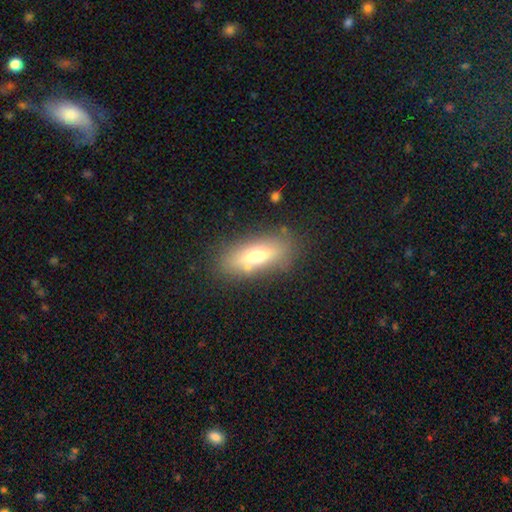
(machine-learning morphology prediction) This appears to be a smooth galaxy with no disk features (62%) that is in between round and cigar-shaped (73%). Merging: none (76%).